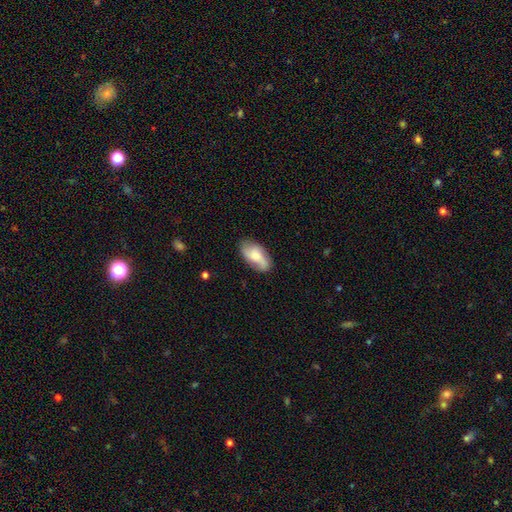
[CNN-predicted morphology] A smooth galaxy with no disk features (54%) that is in between round and cigar-shaped (91%).

Vote fractions:
- Smooth or featured? smooth: 54% / featured or disk: 39% / star or artifact: 7%
- How rounded? in between: 91% / cigar-shaped: 5% / round: 4%
- Merging? none: 72% / minor disturbance: 20% / major disturbance: 6% / merger: 2%